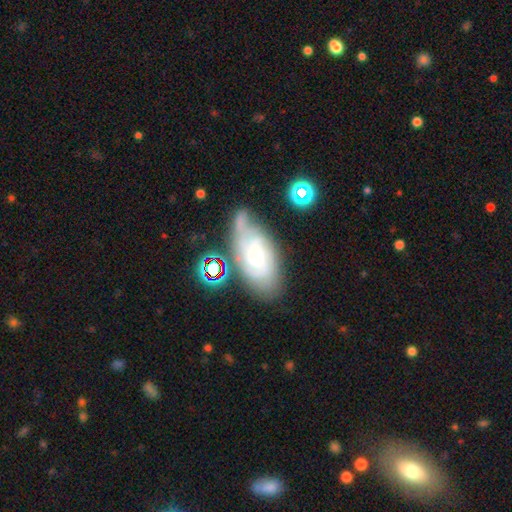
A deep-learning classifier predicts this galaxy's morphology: type=featured or disk (72%); edge-on=no (93%); bar=no (66%); spiral arms=yes (91%); winding=tight (58%); arm count=can't tell (44%); bulge=small (57%); merging=none (54%).